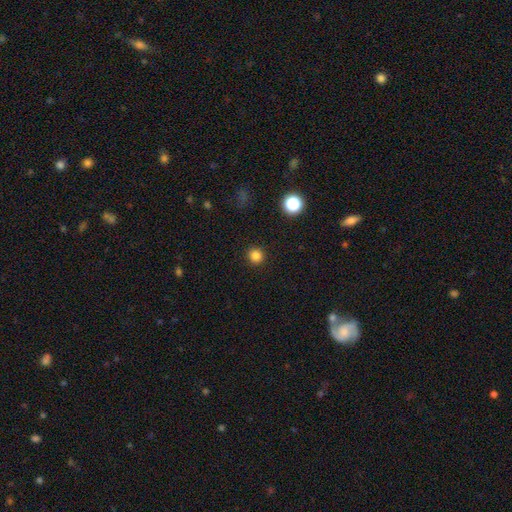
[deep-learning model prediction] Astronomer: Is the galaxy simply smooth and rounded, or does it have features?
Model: smooth — 84%.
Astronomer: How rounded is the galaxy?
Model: round — 93%.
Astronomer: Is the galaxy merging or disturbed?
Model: none — 92%.